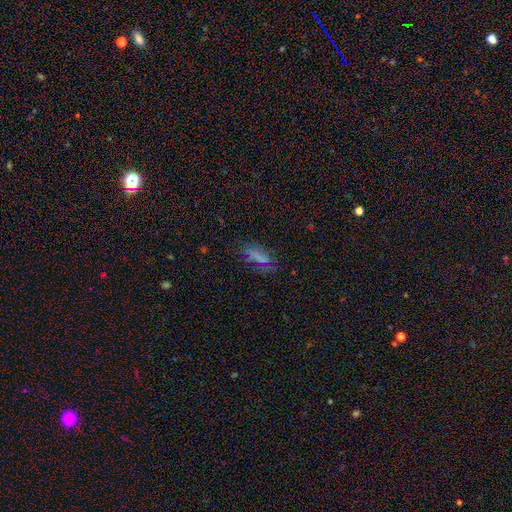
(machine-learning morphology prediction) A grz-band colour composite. It shows a smooth galaxy with no disk features (63%) that is in between round and cigar-shaped (61%). Merging: none (70%).